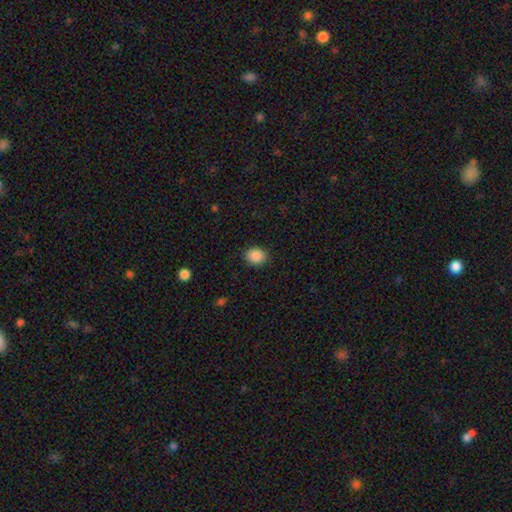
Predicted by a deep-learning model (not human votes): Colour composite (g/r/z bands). It shows a smooth galaxy with no disk features (88%) that is round (57%). Merging: none (88%).